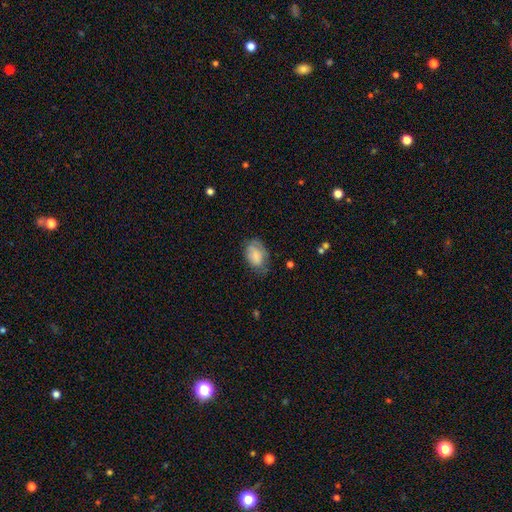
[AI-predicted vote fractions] Smooth or featured?
  - smooth: 74% *
  - featured or disk: 18%
  - star or artifact: 8%
How rounded?
  - in between: 86% *
  - round: 12%
  - cigar-shaped: 1%
Merging?
  - none: 56% *
  - minor disturbance: 30%
  - major disturbance: 12%
  - merger: 2%